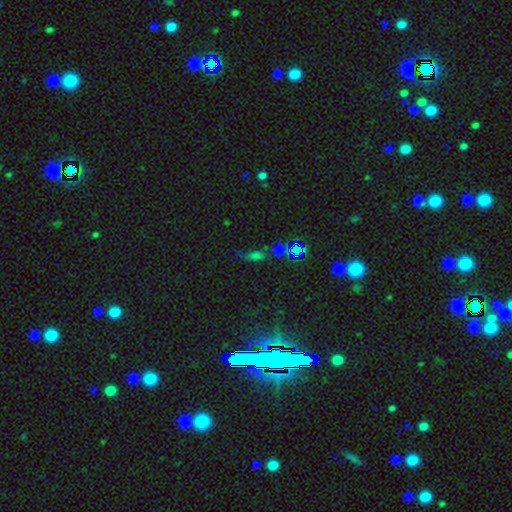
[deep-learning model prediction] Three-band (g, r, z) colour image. It shows a star or artifact, not a galaxy (46%).